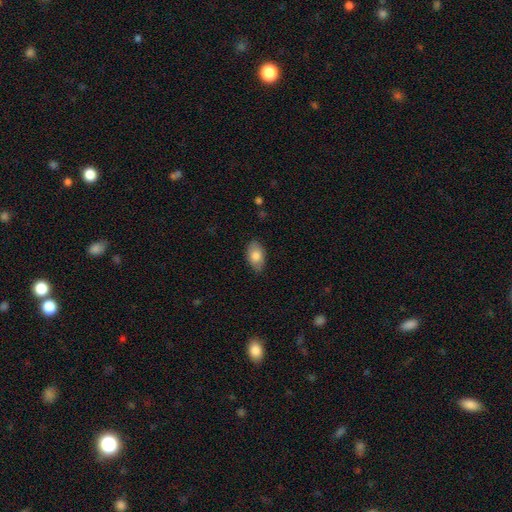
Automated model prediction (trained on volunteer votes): This is clearly a smooth galaxy (82%). How rounded: clearly in between (92%). Merging: clearly none (81%).